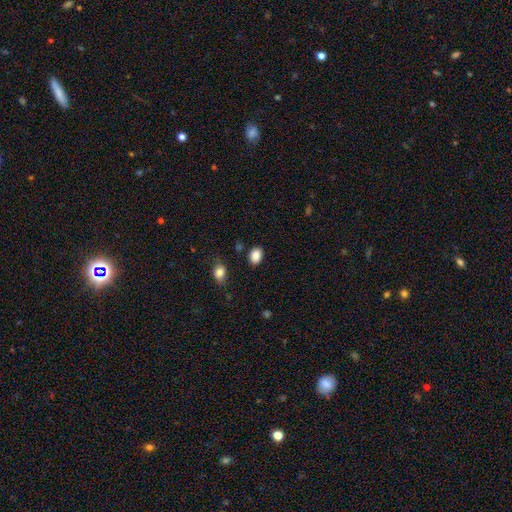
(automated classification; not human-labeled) Morphology: type=smooth (88%); roundness=in between (69%); merging=none (86%).